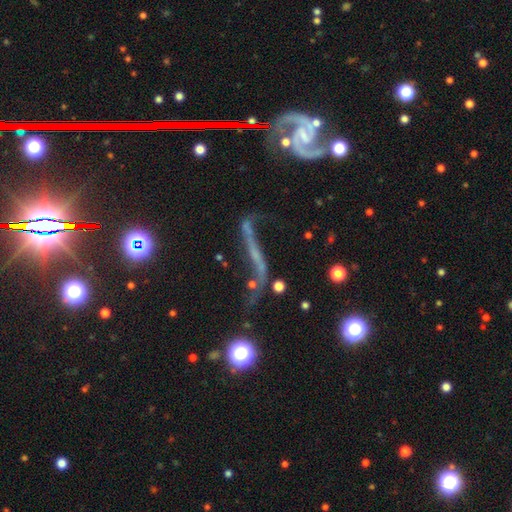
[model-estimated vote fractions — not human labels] Q: Smooth or featured?
A: featured or disk (66%); runner-up: star or artifact (19%)
Q: Edge-on disk?
A: no (63%); runner-up: yes (37%)
Q: Merging?
A: none (42%); runner-up: major disturbance (22%)